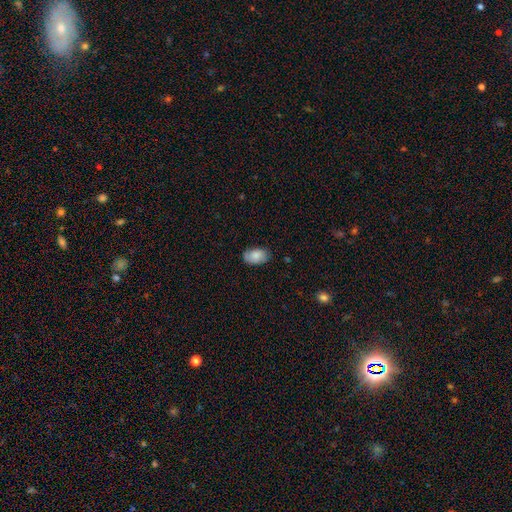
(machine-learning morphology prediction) This appears to be a smooth galaxy with no disk features (83%) that is in between round and cigar-shaped (92%). Merging: none (77%).